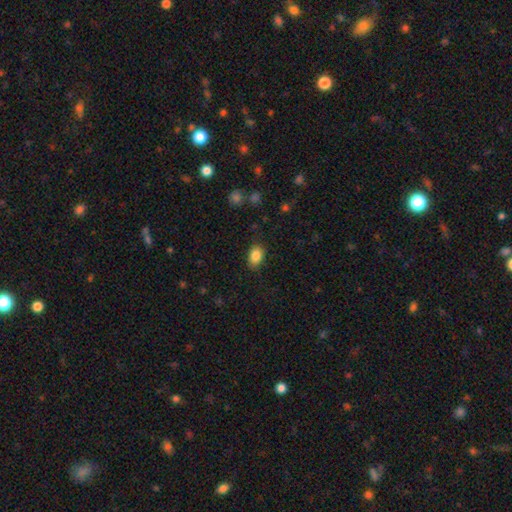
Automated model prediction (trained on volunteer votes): Smooth or featured? smooth (86%)
How rounded? in between (84%)
Merging? none (83%)